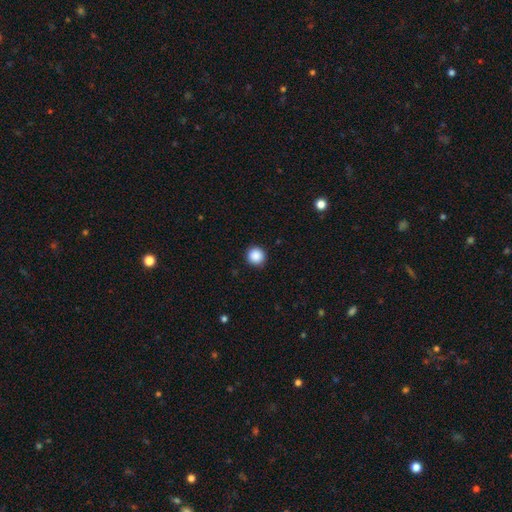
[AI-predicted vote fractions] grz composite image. It shows a smooth galaxy with no disk features (88%) that is round (95%). Merging: none (92%).